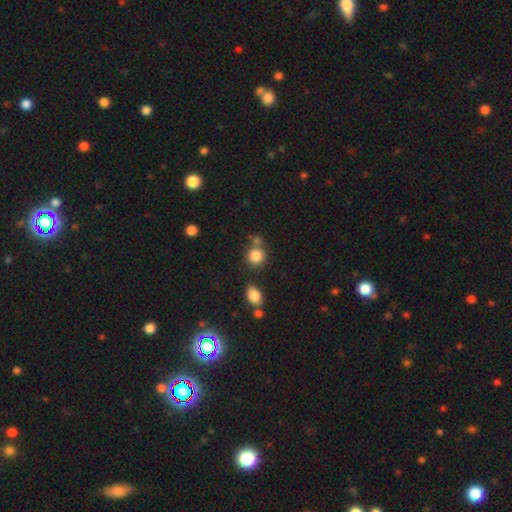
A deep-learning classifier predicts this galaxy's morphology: smooth_or_featured: smooth (p=0.84) [alt: star or artifact p=0.11]
how_rounded: round (p=0.86) [alt: in between p=0.13]
merging: none (p=0.64) [alt: merger p=0.19]